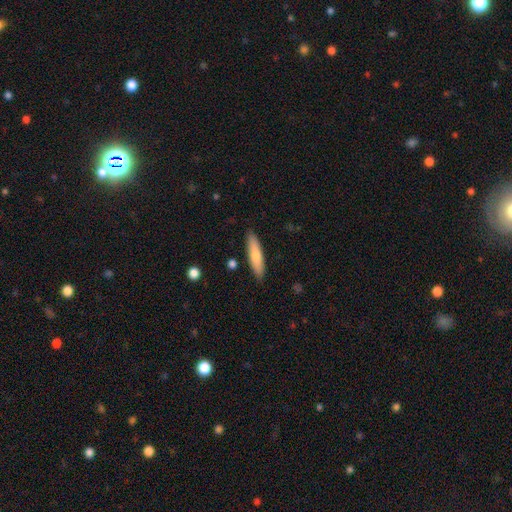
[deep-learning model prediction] The model was most divided on "smooth or featured": smooth: 72%, featured or disk: 23%, star or artifact: 6%. More confident: merging — none (88%); how rounded — cigar-shaped (78%).